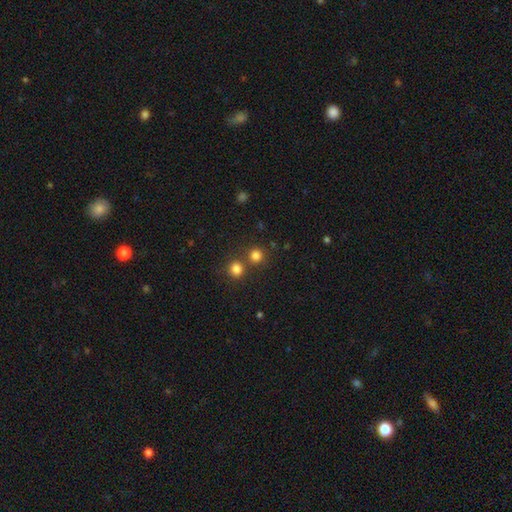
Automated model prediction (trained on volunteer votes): Smooth or featured?
  - smooth: 79% *
  - star or artifact: 16%
  - featured or disk: 5%
How rounded?
  - round: 92% *
  - in between: 7%
  - cigar-shaped: 1%
Merging?
  - none: 71% *
  - merger: 21%
  - minor disturbance: 6%
  - major disturbance: 2%